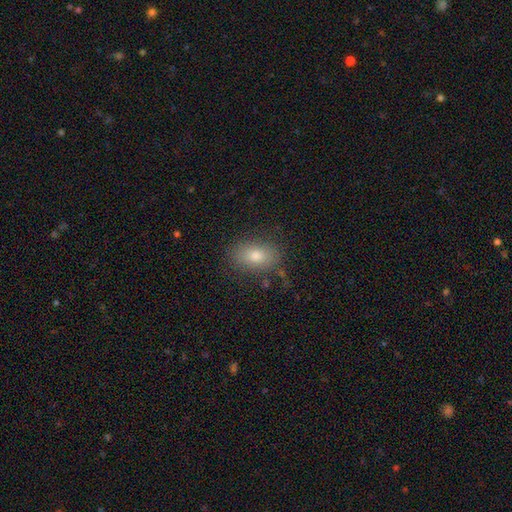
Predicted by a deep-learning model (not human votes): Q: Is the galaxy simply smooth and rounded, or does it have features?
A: smooth — 78%.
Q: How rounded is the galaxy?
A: in between — 85%.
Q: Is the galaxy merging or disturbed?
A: none — 83%.